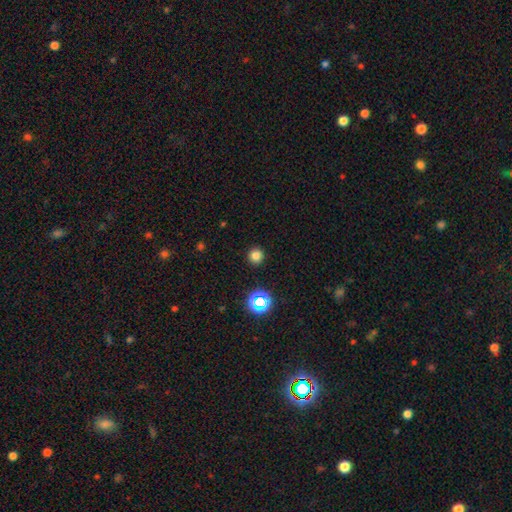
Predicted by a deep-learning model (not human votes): A smooth galaxy with no disk features (77%) that is round (95%). Merging: none (92%).